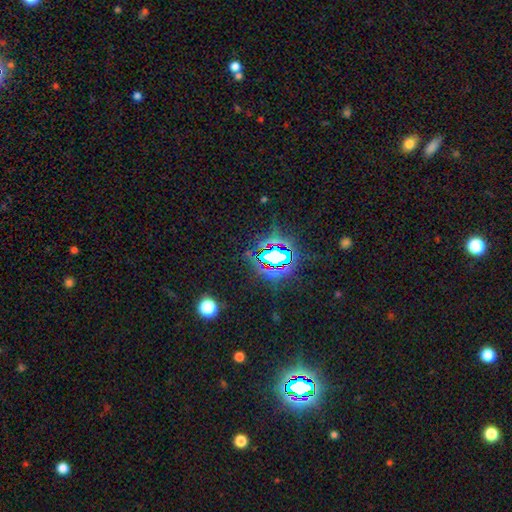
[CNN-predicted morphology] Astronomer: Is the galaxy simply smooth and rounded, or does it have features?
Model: star or artifact — 81%.